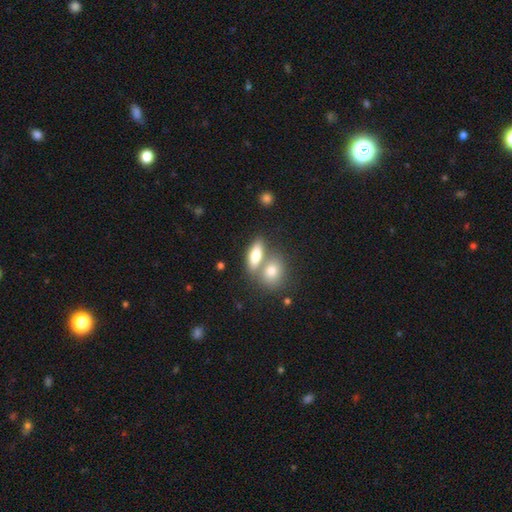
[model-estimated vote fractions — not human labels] Smooth or featured? smooth (74%)
How rounded? in between (72%)
Merging? merger (45%)